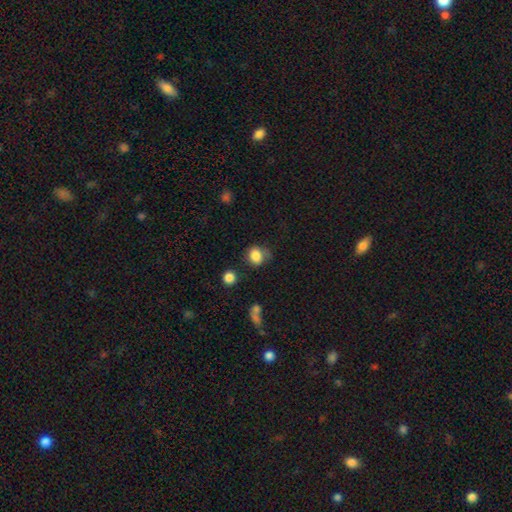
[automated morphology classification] Smooth or featured? Predicted: smooth (p=0.83). How rounded? Predicted: in between (p=0.50). Merging? Predicted: none (p=0.57).